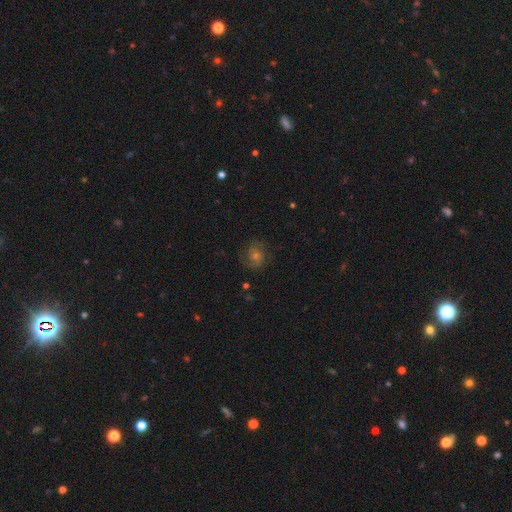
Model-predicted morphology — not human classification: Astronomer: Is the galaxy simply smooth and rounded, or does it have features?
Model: featured or disk — 43% (runner-up: smooth, 34%).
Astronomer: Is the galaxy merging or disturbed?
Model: none — 78%.